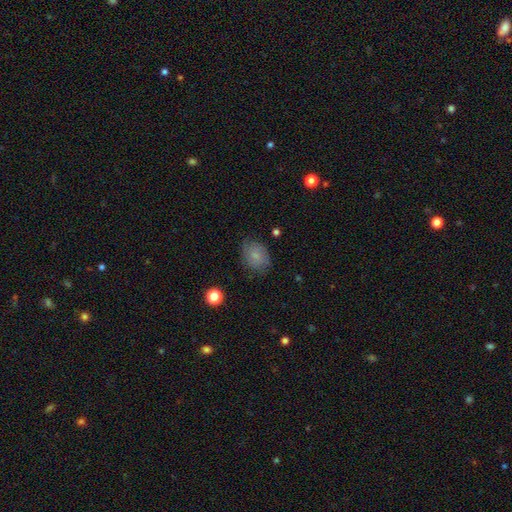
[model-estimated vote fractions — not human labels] The model was most divided on "how rounded": in between: 54%, round: 45%, cigar-shaped: 1%. More confident: smooth or featured — smooth (76%); merging — none (74%).